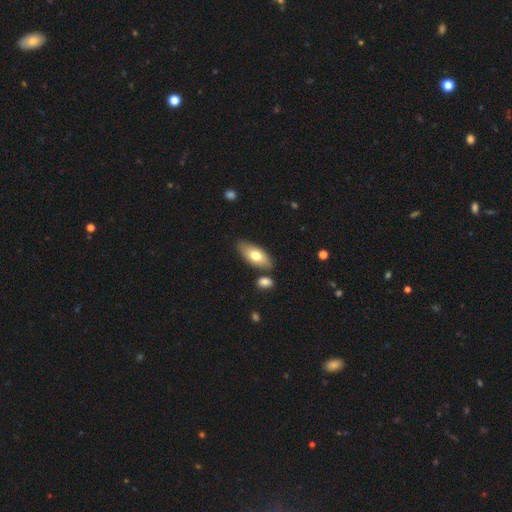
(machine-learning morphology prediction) A smooth galaxy with no disk features (71%) that is in between round and cigar-shaped (85%).

Vote fractions:
- Smooth or featured? smooth: 71% / featured or disk: 23% / star or artifact: 6%
- How rounded? in between: 85% / cigar-shaped: 12% / round: 3%
- Merging? none: 78% / minor disturbance: 12% / merger: 8% / major disturbance: 2%